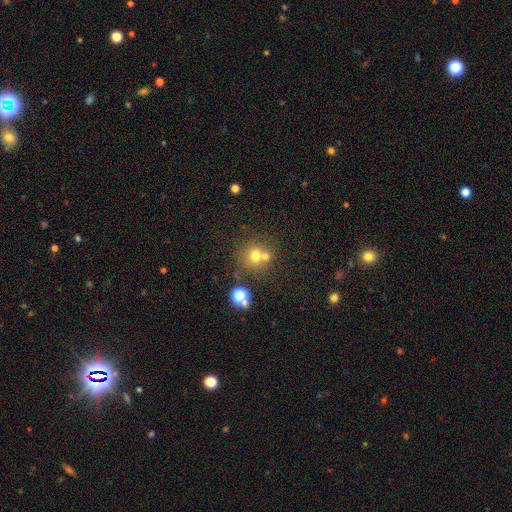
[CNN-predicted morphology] smooth_or_featured: smooth (p=0.68) [alt: star or artifact p=0.18]
how_rounded: round (p=0.88) [alt: in between p=0.11]
merging: none (p=0.54) [alt: merger p=0.35]